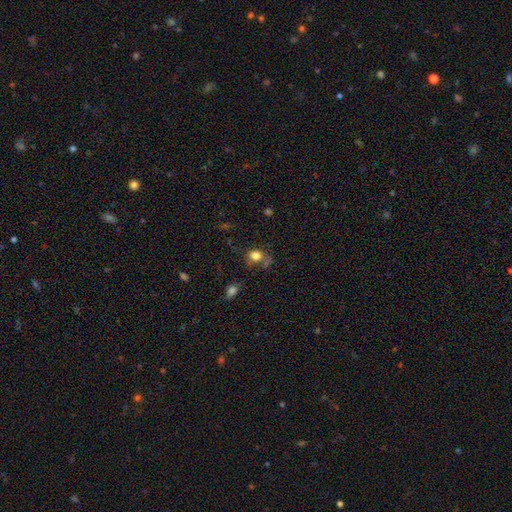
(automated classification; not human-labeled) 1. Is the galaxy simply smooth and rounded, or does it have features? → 79% smooth, 12% star or artifact, 9% featured or disk.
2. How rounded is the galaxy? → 53% round, 46% in between, 1% cigar-shaped.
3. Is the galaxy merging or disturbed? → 56% none, 22% minor disturbance, 12% major disturbance, 10% merger.